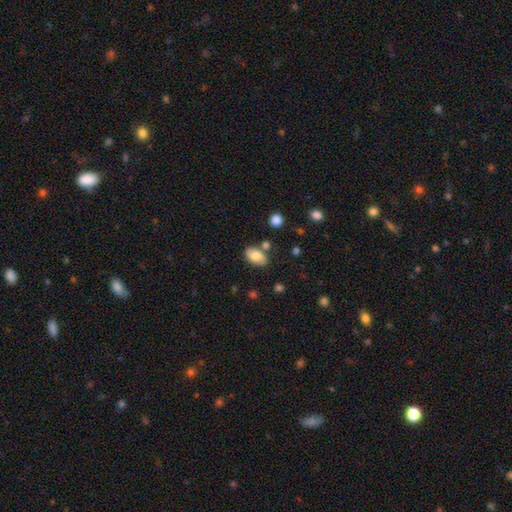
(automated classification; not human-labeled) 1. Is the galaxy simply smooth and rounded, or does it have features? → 67% smooth, 25% featured or disk, 8% star or artifact.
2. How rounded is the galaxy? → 89% in between, 9% round, 2% cigar-shaped.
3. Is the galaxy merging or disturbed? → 70% none, 17% minor disturbance, 8% merger, 4% major disturbance.